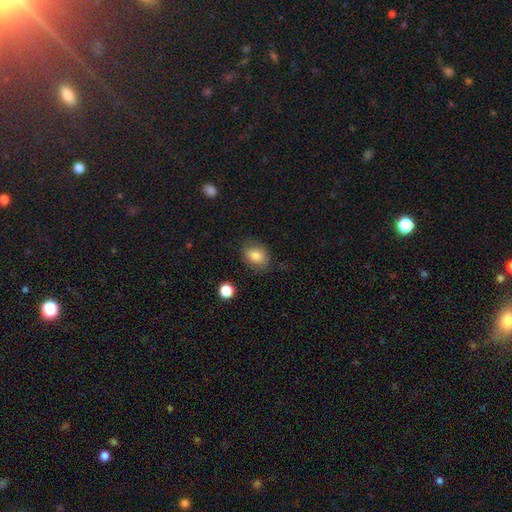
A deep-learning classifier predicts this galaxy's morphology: A smooth galaxy with no disk features (79%) that is in between round and cigar-shaped (69%).

Vote fractions:
- Smooth or featured? smooth: 79% / featured or disk: 12% / star or artifact: 9%
- How rounded? in between: 69% / round: 30% / cigar-shaped: 1%
- Merging? none: 75% / minor disturbance: 18% / major disturbance: 6% / merger: 2%